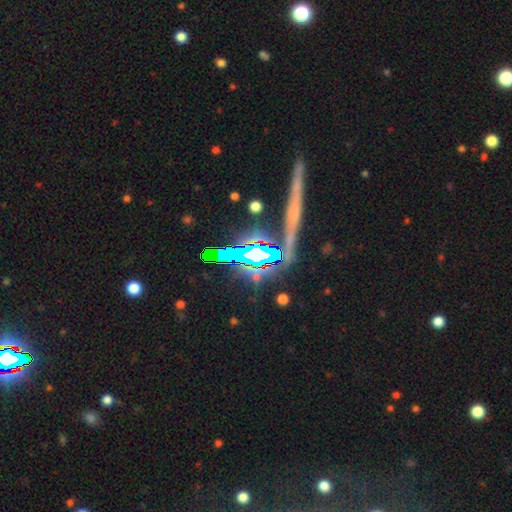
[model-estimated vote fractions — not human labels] Smooth or featured?
  - star or artifact: 63% *
  - featured or disk: 19%
  - smooth: 18%